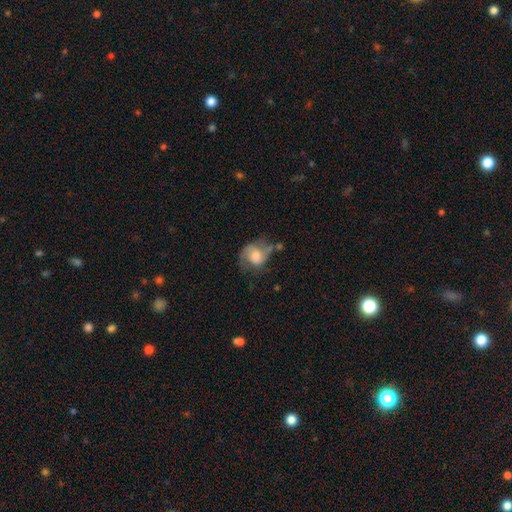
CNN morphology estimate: Smooth or featured: smooth — 47% (featured or disk — 45%)
Merging: none — 38% (minor disturbance — 30%)